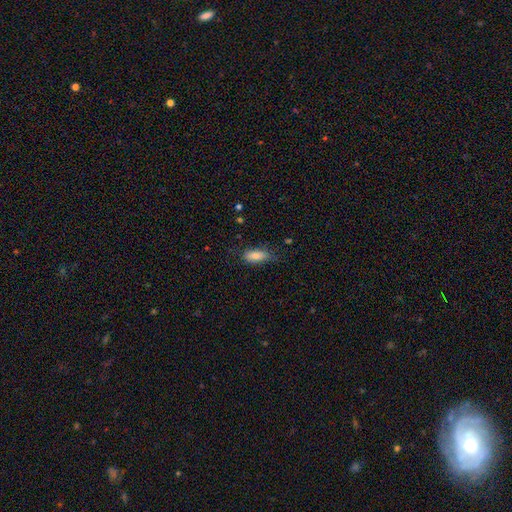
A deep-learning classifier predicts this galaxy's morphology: Q: Smooth or featured?
A: smooth (85%); runner-up: featured or disk (8%)
Q: How rounded?
A: in between (79%); runner-up: cigar-shaped (19%)
Q: Merging?
A: none (66%); runner-up: minor disturbance (25%)